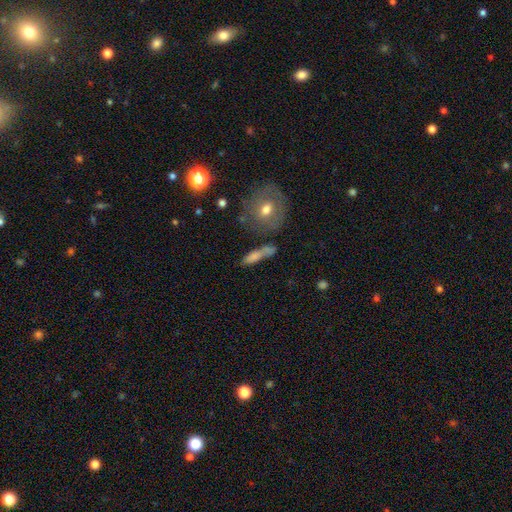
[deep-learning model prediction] smooth-or-featured: smooth: 70% | featured or disk: 20% | star or artifact: 10%
  how-rounded: cigar-shaped: 63% | in between: 30% | round: 7%
  merging: none: 52% | merger: 20% | minor disturbance: 18% | major disturbance: 10%